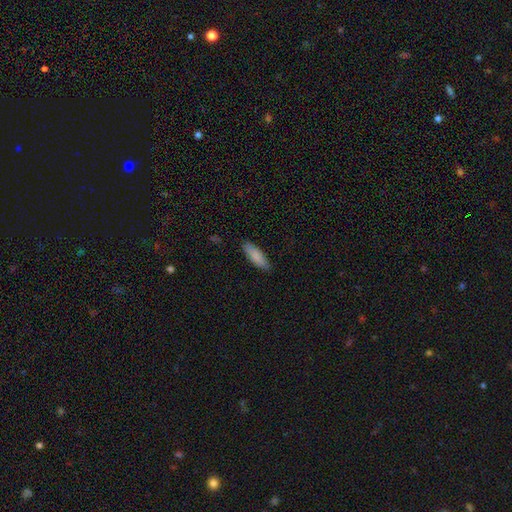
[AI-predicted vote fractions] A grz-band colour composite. It shows a smooth galaxy with no disk features (87%) that is in between round and cigar-shaped (55%). Merging: none (85%).